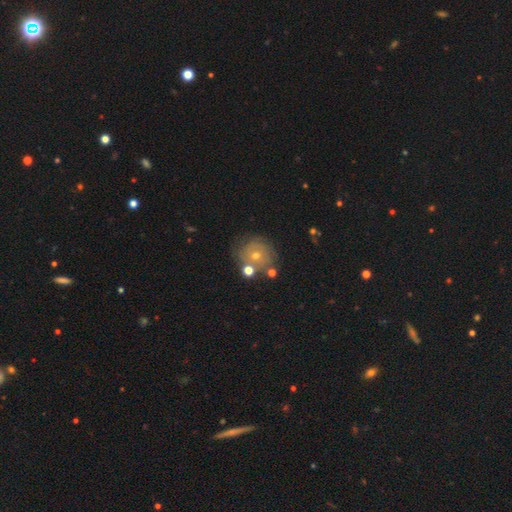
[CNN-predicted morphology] smooth-or-featured: featured or disk: 48% | smooth: 34% | star or artifact: 18%
  merging: none: 71% | minor disturbance: 14% | merger: 9% | major disturbance: 6%